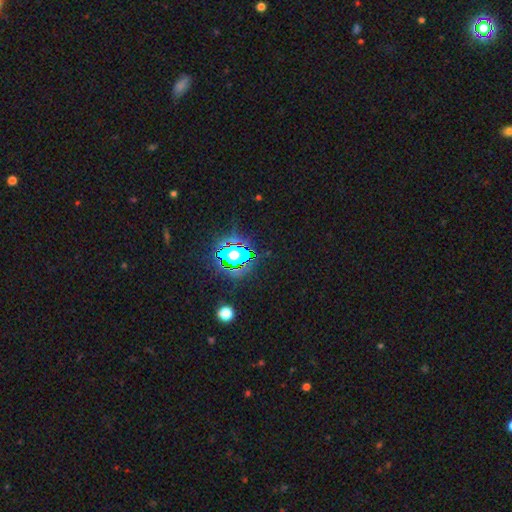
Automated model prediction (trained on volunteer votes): A star or artifact, not a galaxy (82%).